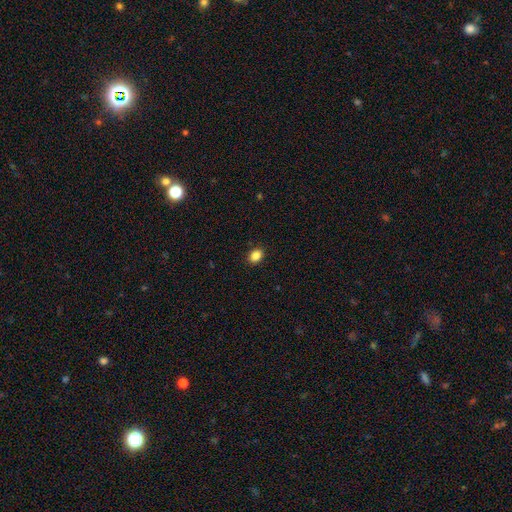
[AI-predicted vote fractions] Q: Smooth or featured?
A: smooth (86%); runner-up: star or artifact (10%)
Q: How rounded?
A: in between (51%); runner-up: round (48%)
Q: Merging?
A: none (91%); runner-up: minor disturbance (7%)